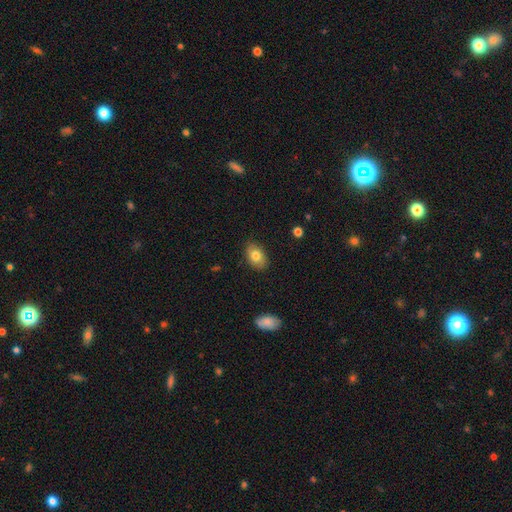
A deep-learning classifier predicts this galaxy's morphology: A smooth galaxy with no disk features (79%) that is in between round and cigar-shaped (86%).

Vote fractions:
- Smooth or featured? smooth: 79% / featured or disk: 13% / star or artifact: 8%
- How rounded? in between: 86% / round: 13% / cigar-shaped: 1%
- Merging? none: 86% / minor disturbance: 11% / major disturbance: 2% / merger: 1%